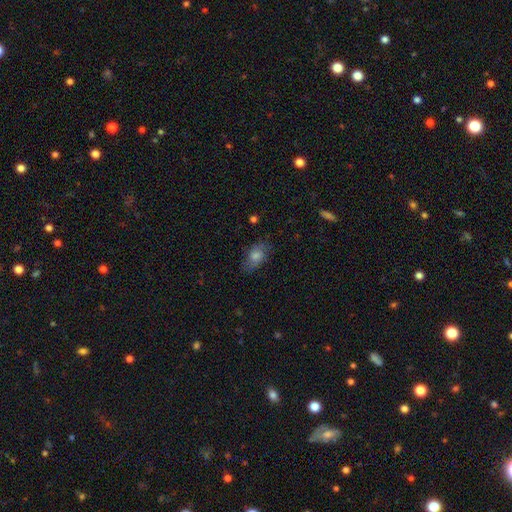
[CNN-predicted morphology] A smooth galaxy with no disk features (58%) that is in between round and cigar-shaped (81%). Merging: none (76%).